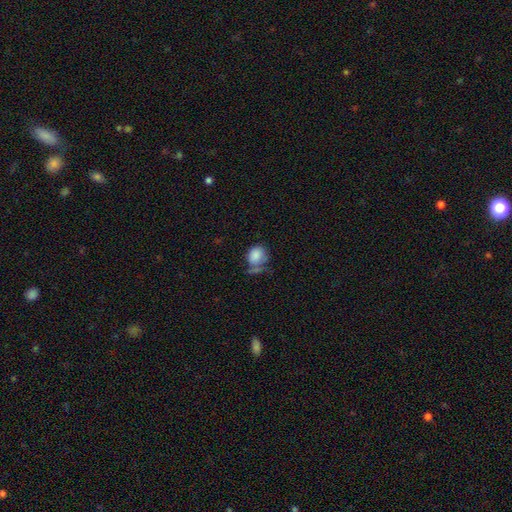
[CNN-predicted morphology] Q: Smooth or featured?
A: smooth (83%); runner-up: featured or disk (9%)
Q: How rounded?
A: round (53%); runner-up: in between (45%)
Q: Merging?
A: none (41%); runner-up: minor disturbance (25%)